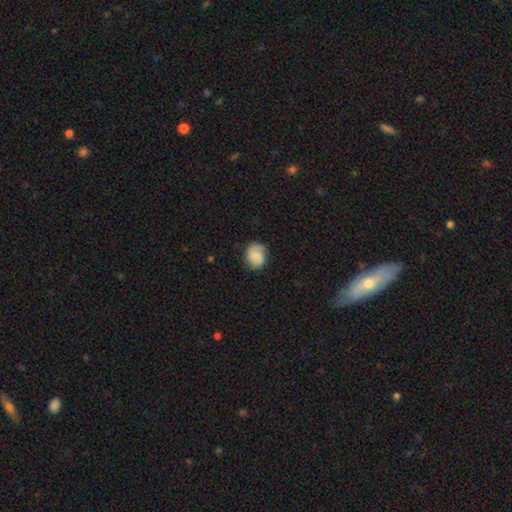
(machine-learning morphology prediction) Smooth or featured: smooth — 56% (featured or disk — 36%)
How rounded: round — 68% (in between — 31%)
Merging: none — 72% (minor disturbance — 19%)